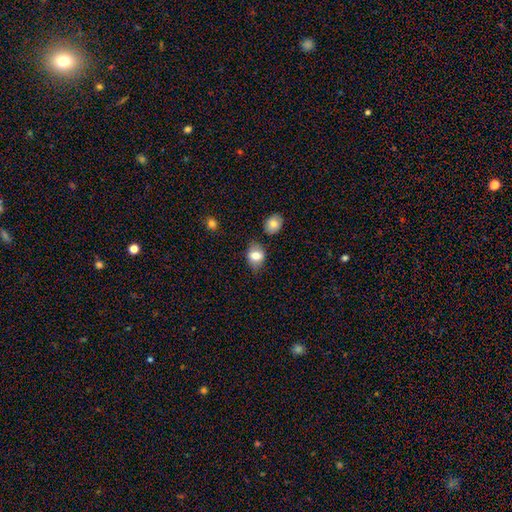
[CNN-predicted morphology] Q: Smooth or featured?
A: smooth (76%); runner-up: featured or disk (16%)
Q: How rounded?
A: in between (66%); runner-up: round (33%)
Q: Merging?
A: none (68%); runner-up: minor disturbance (21%)